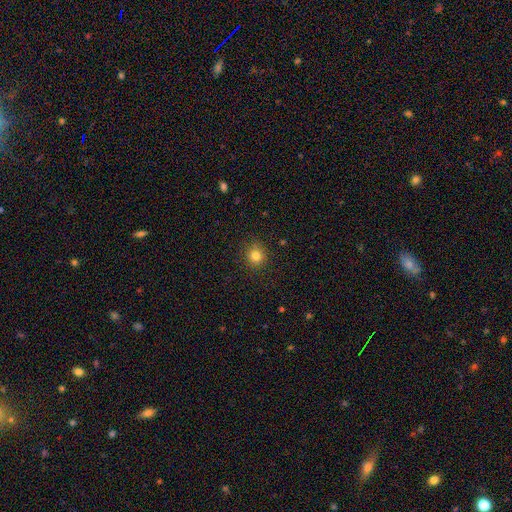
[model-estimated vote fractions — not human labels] Q: Smooth or featured?
A: smooth (81%); runner-up: star or artifact (13%)
Q: How rounded?
A: round (90%); runner-up: in between (9%)
Q: Merging?
A: none (88%); runner-up: minor disturbance (8%)